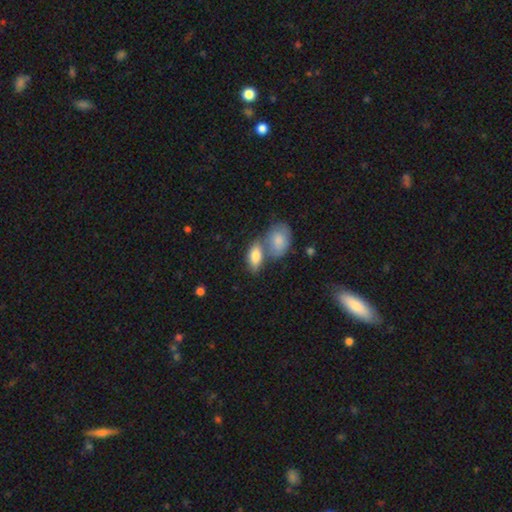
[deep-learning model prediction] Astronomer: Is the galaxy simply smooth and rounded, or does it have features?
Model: smooth — 81%.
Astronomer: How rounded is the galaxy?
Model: in between — 89%.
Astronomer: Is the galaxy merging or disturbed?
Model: merger — 44% (runner-up: none, 39%).